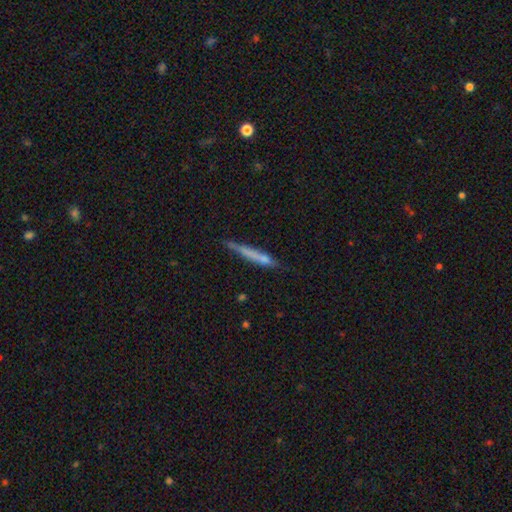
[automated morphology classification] smooth 58%, featured or disk 34%, star or artifact 8%. Down the decision tree: how rounded — cigar-shaped (95%); merging — none (72%).